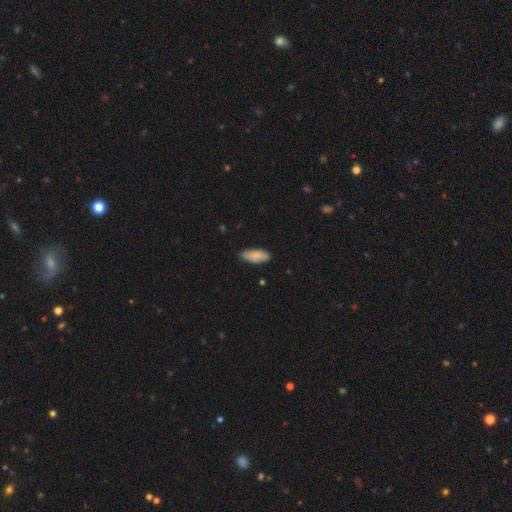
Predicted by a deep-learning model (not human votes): Overall: smooth (85%). How rounded: in between (79%). Merging: none (81%).